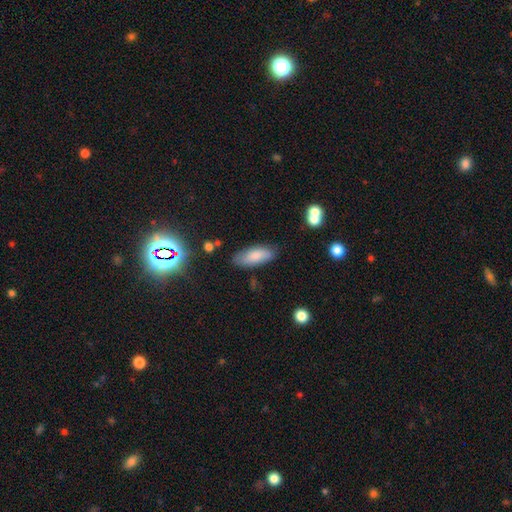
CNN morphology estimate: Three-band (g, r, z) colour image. It shows a smooth galaxy with no disk features (83%) that is in between round and cigar-shaped (78%). Merging: none (79%).